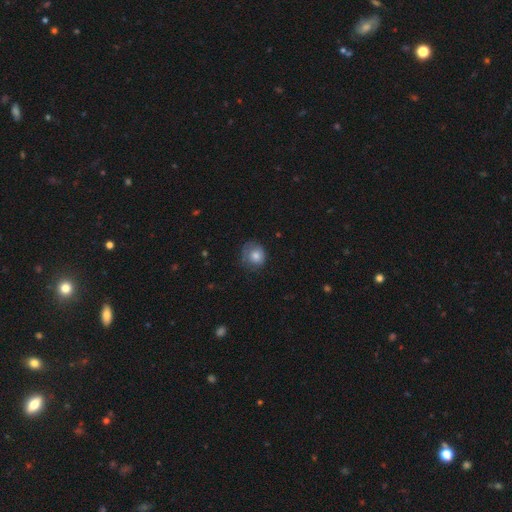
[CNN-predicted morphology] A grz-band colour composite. It shows a smooth galaxy with no disk features (77%) that is round (78%). Merging: none (59%).